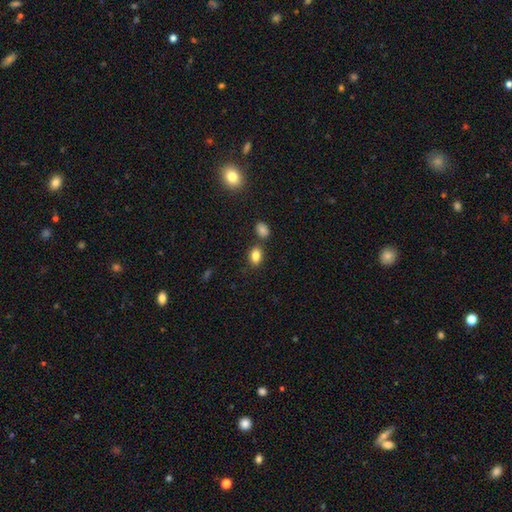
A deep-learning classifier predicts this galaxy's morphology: smooth 84%, star or artifact 9%, featured or disk 7%. Down the decision tree: how rounded — in between (81%); merging — none (71%).